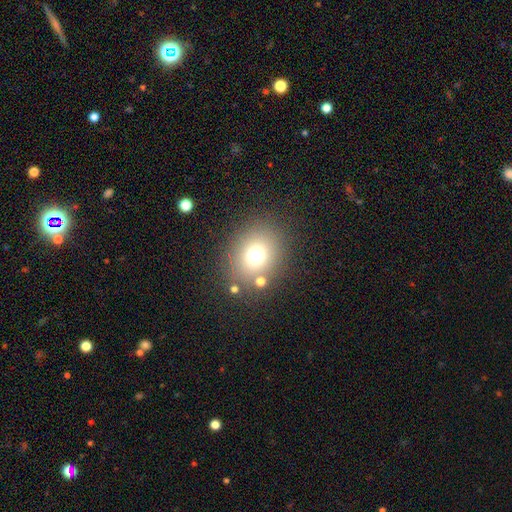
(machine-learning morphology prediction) A smooth galaxy with no disk features (70%) that is round (72%).

Vote fractions:
- Smooth or featured? smooth: 70% / star or artifact: 19% / featured or disk: 11%
- How rounded? round: 72% / in between: 27% / cigar-shaped: 1%
- Merging? none: 80% / minor disturbance: 9% / merger: 6% / major disturbance: 5%